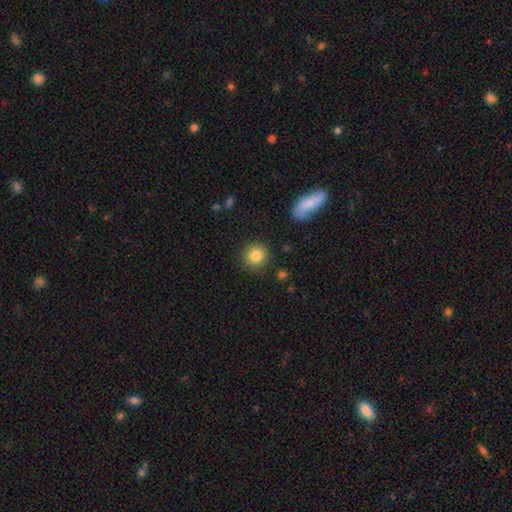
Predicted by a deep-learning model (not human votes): Smooth or featured?
  - smooth: 84% *
  - star or artifact: 10%
  - featured or disk: 6%
How rounded?
  - round: 90% *
  - in between: 9%
  - cigar-shaped: 1%
Merging?
  - none: 90% *
  - minor disturbance: 6%
  - major disturbance: 2%
  - merger: 2%